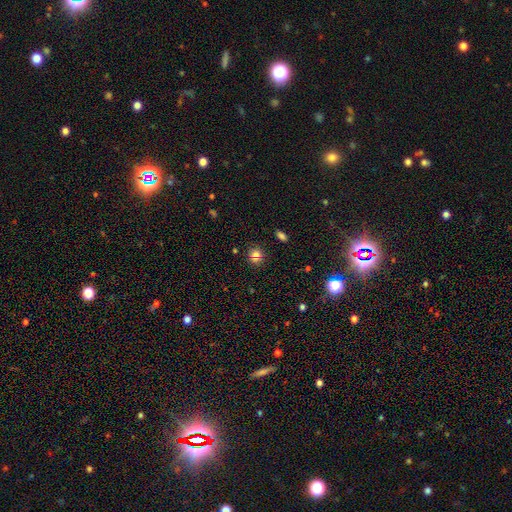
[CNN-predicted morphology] type=smooth (69%); roundness=round (84%); merging=none (70%).